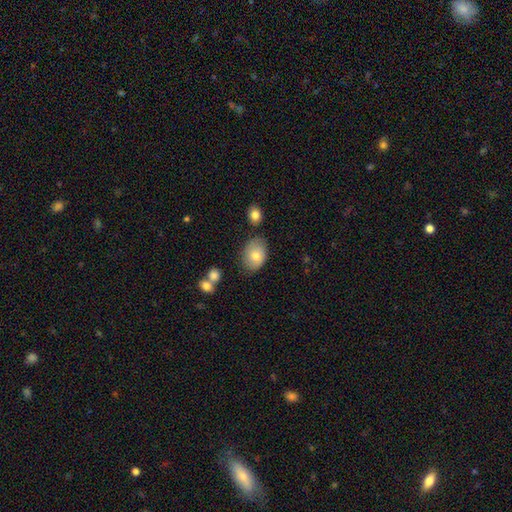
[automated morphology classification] Smooth or featured? smooth (77%)
How rounded? in between (79%)
Merging? none (71%)